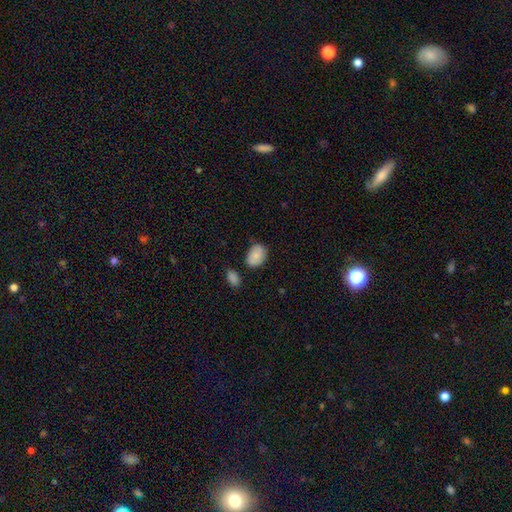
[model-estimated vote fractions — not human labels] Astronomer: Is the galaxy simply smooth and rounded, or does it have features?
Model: smooth — 84%.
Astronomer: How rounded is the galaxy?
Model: in between — 78%.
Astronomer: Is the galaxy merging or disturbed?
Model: none — 69%.